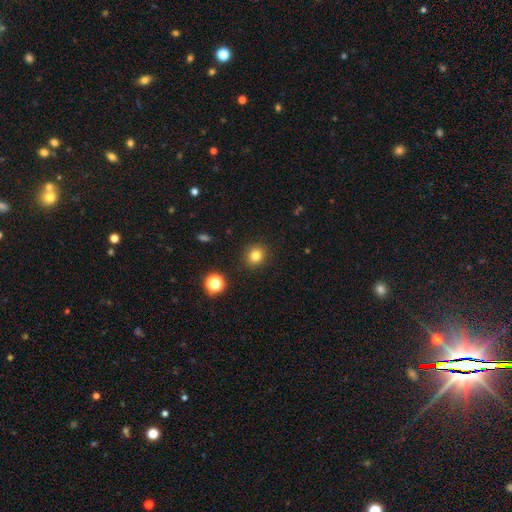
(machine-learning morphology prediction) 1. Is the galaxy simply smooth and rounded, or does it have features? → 81% smooth, 13% star or artifact, 6% featured or disk.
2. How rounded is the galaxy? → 83% round, 16% in between, 1% cigar-shaped.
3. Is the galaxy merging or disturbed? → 90% none, 7% minor disturbance, 2% major disturbance, 1% merger.